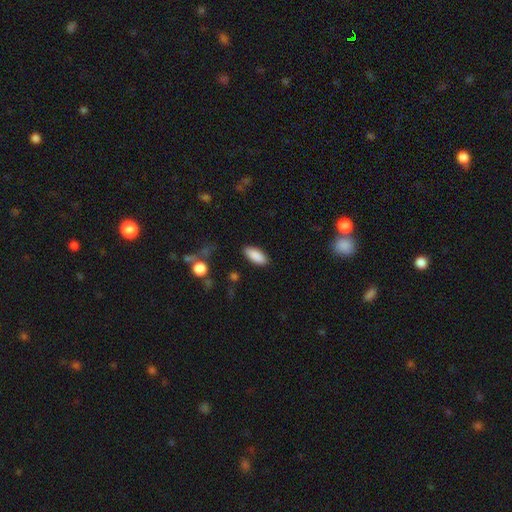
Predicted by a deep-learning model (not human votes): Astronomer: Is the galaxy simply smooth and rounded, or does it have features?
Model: smooth — 89%.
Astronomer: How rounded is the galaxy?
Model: in between — 84%.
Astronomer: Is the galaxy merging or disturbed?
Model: none — 88%.